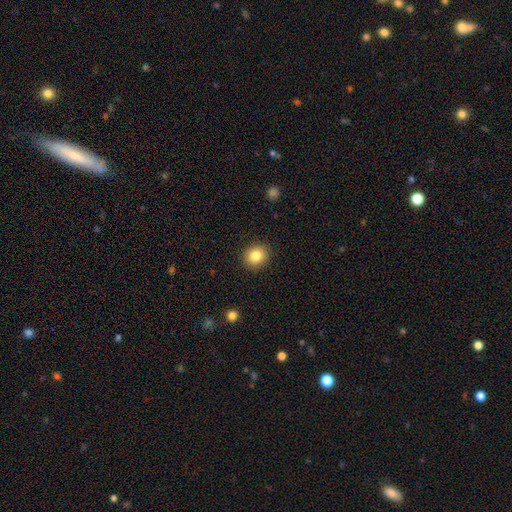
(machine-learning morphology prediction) Smooth or featured: smooth — 83% (star or artifact — 10%)
How rounded: round — 79% (in between — 20%)
Merging: none — 91% (minor disturbance — 6%)